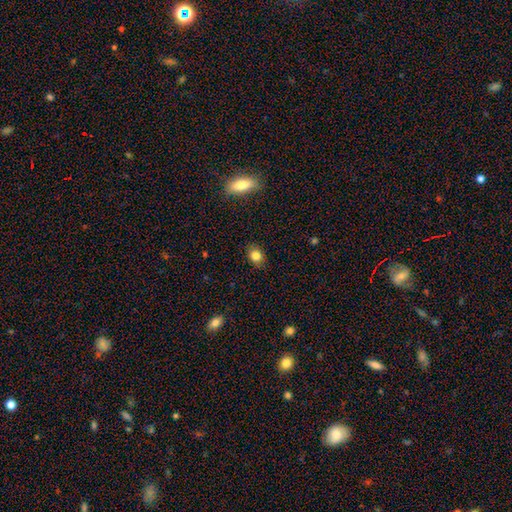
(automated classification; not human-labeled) Q: Smooth or featured?
A: smooth (83%); runner-up: star or artifact (11%)
Q: How rounded?
A: in between (56%); runner-up: round (43%)
Q: Merging?
A: none (87%); runner-up: minor disturbance (9%)